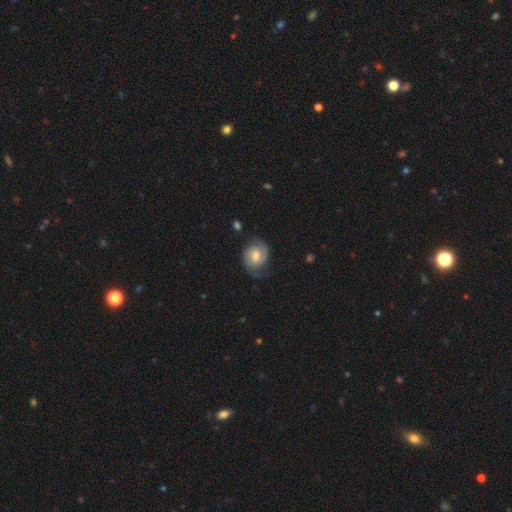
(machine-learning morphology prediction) Smooth or featured? Predicted: featured or disk (p=0.67). Edge-on disk? Predicted: no (p=0.97). Bar? Predicted: no (p=0.49). Spiral arms? Predicted: yes (p=0.91). Spiral winding? Predicted: medium (p=0.42). Spiral arm count? Predicted: 2 (p=0.82). Bulge size? Predicted: moderate (p=0.67). Merging? Predicted: none (p=0.68).